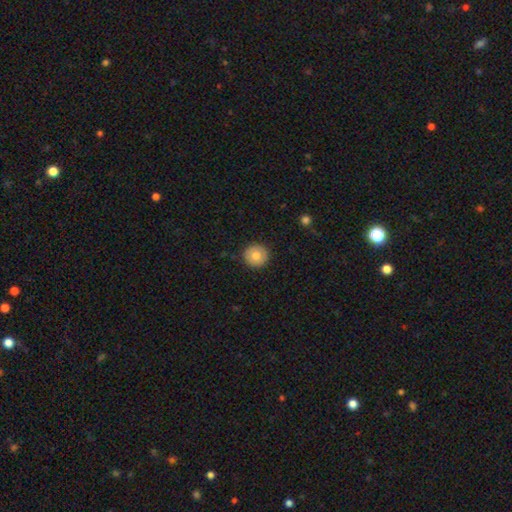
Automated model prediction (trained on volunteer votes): The model was most divided on "smooth or featured": smooth: 78%, featured or disk: 14%, star or artifact: 8%. More confident: how rounded — round (94%); merging — none (90%).